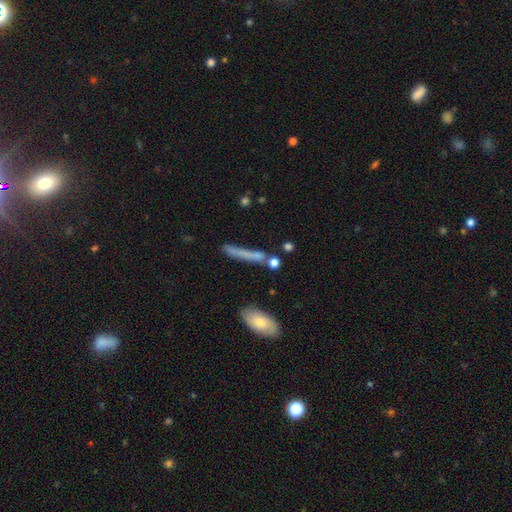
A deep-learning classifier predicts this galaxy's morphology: A smooth galaxy with no disk features (62%) that is cigar-shaped (86%). Merging: none (55%).